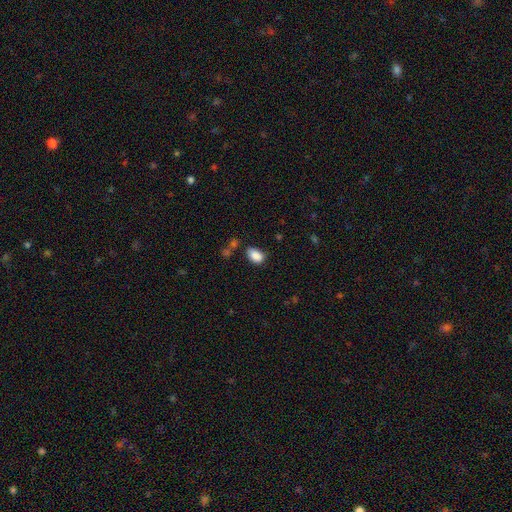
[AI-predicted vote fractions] smooth-or-featured: smooth: 88% | star or artifact: 8% | featured or disk: 4%
  how-rounded: in between: 88% | round: 10% | cigar-shaped: 1%
  merging: none: 71% | minor disturbance: 19% | merger: 6% | major disturbance: 5%